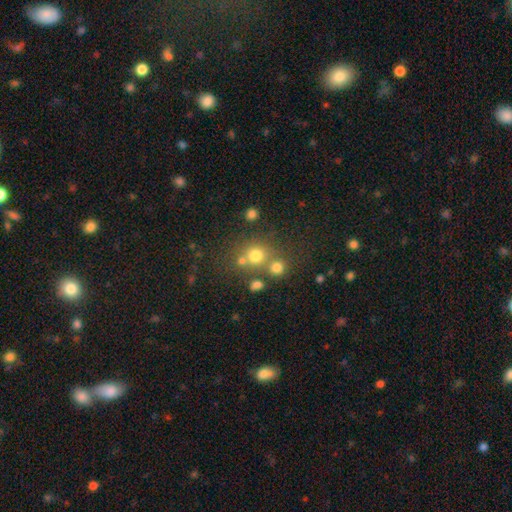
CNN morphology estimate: smooth-or-featured: smooth: 72% | star or artifact: 17% | featured or disk: 11%
  how-rounded: round: 85% | in between: 14% | cigar-shaped: 1%
  merging: none: 60% | merger: 25% | minor disturbance: 10% | major disturbance: 5%